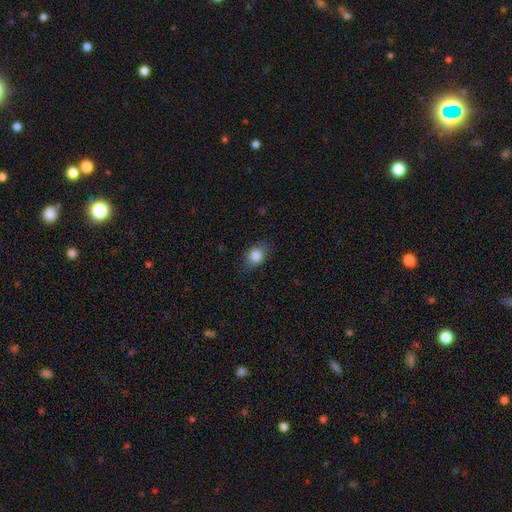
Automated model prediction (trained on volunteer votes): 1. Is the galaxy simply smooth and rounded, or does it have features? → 83% smooth, 9% star or artifact, 8% featured or disk.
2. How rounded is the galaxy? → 58% in between, 40% round, 2% cigar-shaped.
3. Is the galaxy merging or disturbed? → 78% none, 17% minor disturbance, 4% major disturbance, 1% merger.